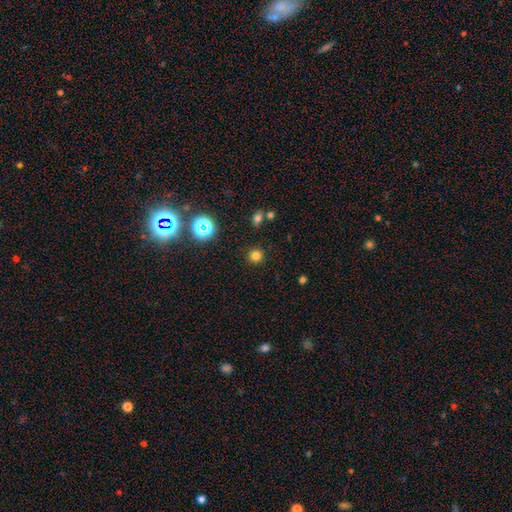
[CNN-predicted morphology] type=smooth (76%); roundness=round (94%); merging=none (90%).